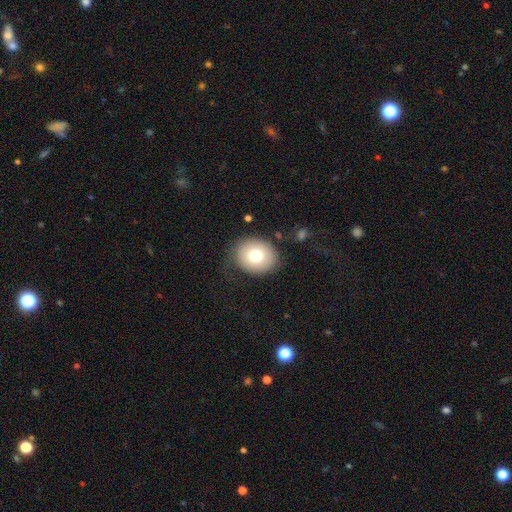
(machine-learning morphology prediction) Overall: smooth (74%). How rounded: round (66%; in between 33%). Merging: none (78%).